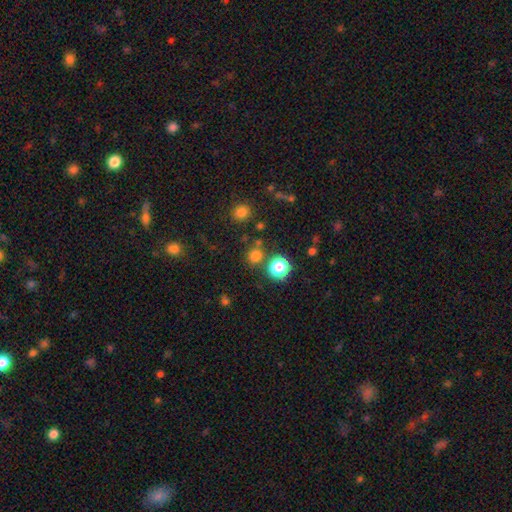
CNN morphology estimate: This is likely a smooth galaxy (71%). How rounded: clearly round (90%). Merging: likely none (78%).